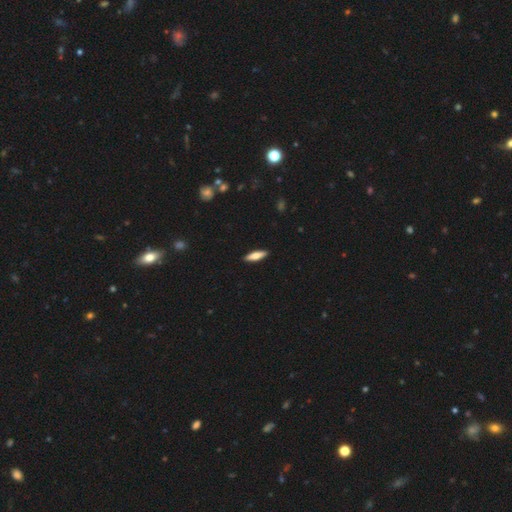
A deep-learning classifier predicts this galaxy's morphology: A smooth galaxy with no disk features (62%) that is cigar-shaped (62%). Merging: none (91%).